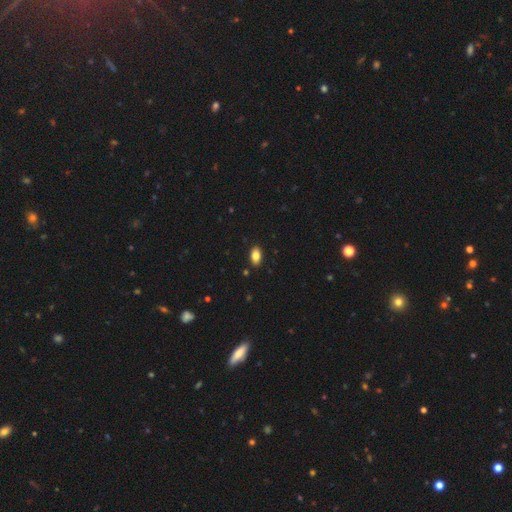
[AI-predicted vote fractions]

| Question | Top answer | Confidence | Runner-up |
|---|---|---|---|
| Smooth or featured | smooth | 84% | star or artifact (9%) |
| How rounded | in between | 90% | round (7%) |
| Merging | none | 89% | minor disturbance (8%) |